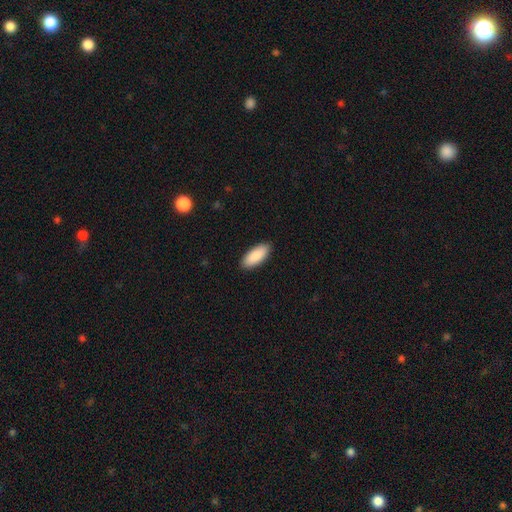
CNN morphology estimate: Smooth or featured?
  - smooth: 89% *
  - featured or disk: 5%
  - star or artifact: 5%
How rounded?
  - in between: 85% *
  - cigar-shaped: 14%
  - round: 2%
Merging?
  - none: 89% *
  - minor disturbance: 8%
  - major disturbance: 2%
  - merger: 1%